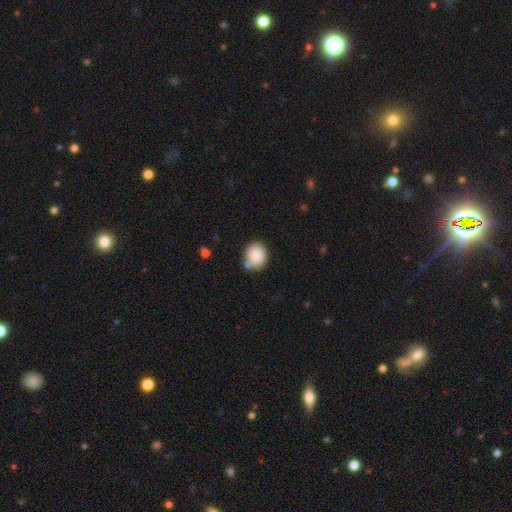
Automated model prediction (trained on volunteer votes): Smooth or featured? smooth (86%)
How rounded? round (61%)
Merging? none (73%)